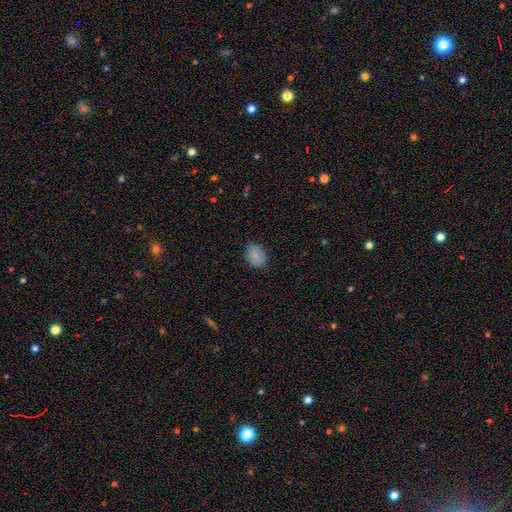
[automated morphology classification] Q: Smooth or featured?
A: smooth (84%); runner-up: star or artifact (9%)
Q: How rounded?
A: in between (69%); runner-up: round (29%)
Q: Merging?
A: none (84%); runner-up: minor disturbance (13%)